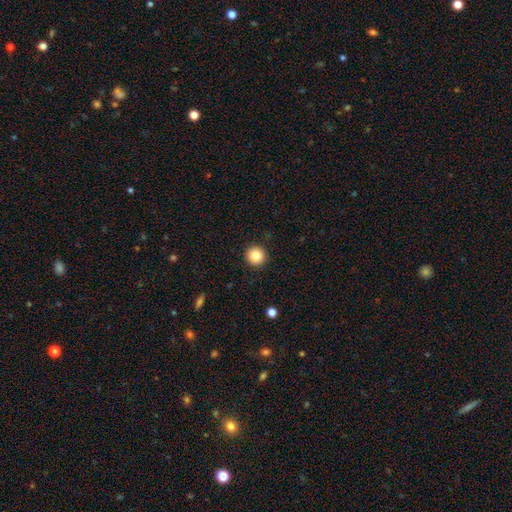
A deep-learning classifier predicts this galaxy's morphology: type=smooth (85%); roundness=round (95%); merging=none (92%).